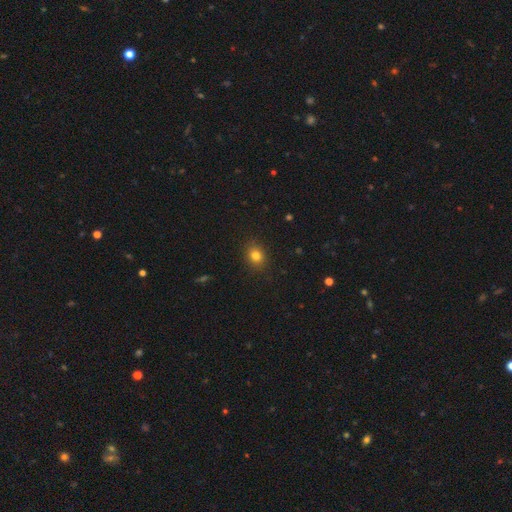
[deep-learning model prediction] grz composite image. It shows a smooth galaxy with no disk features (81%) that is round (54%). Merging: none (88%).